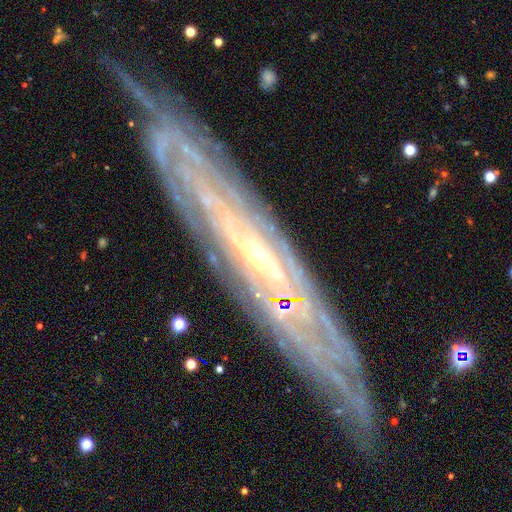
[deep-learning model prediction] A featured or disk galaxy (84%). Merging: none (83%).